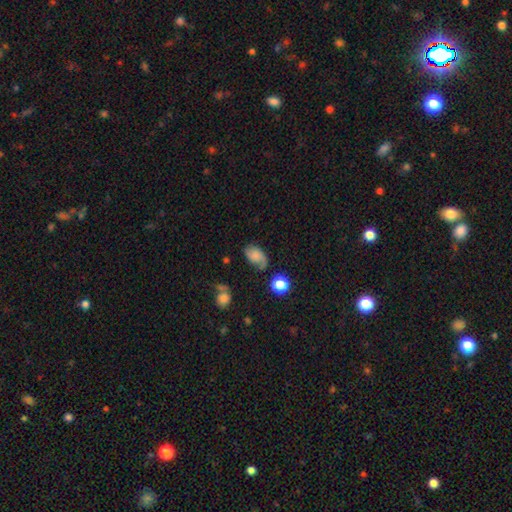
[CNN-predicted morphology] Smooth or featured?
  - smooth: 57% *
  - featured or disk: 32%
  - star or artifact: 11%
How rounded?
  - in between: 86% *
  - round: 12%
  - cigar-shaped: 2%
Merging?
  - none: 53% *
  - minor disturbance: 29%
  - major disturbance: 14%
  - merger: 4%